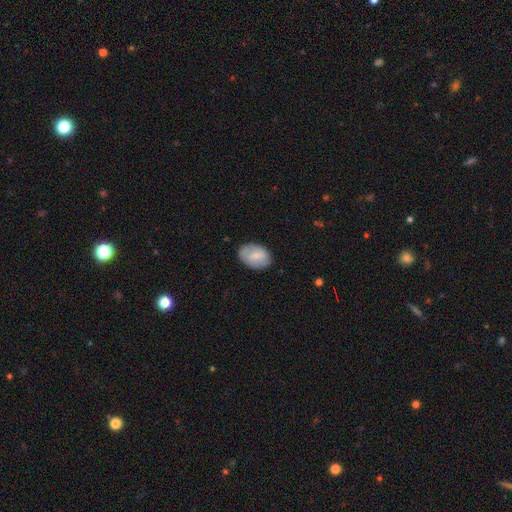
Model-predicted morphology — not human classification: smooth_or_featured: smooth (p=0.74) [alt: featured or disk p=0.20]
how_rounded: in between (p=0.88) [alt: round p=0.11]
merging: none (p=0.82) [alt: minor disturbance p=0.14]